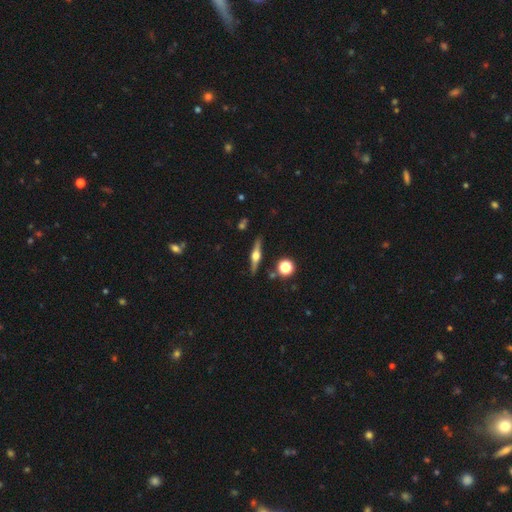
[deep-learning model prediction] featured or disk 75%, smooth 18%, star or artifact 7%. Down the decision tree: edge-on disk — yes (97%); edge-on bulge — rounded (94%); merging — none (87%).